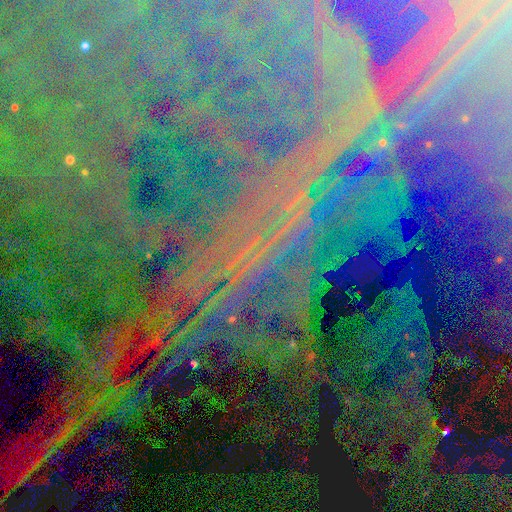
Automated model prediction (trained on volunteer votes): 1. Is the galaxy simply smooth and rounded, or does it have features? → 82% star or artifact, 10% featured or disk, 8% smooth.